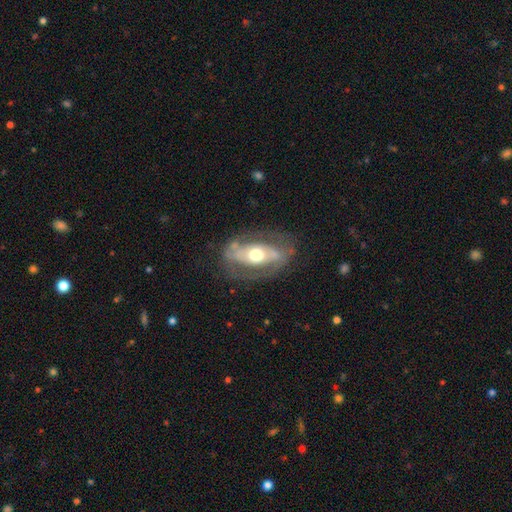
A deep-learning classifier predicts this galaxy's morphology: The model was most divided on "spiral arms": no: 54%, yes: 46%. More confident: edge-on disk — no (89%); smooth or featured — featured or disk (68%); merging — none (67%); bulge size — moderate (64%); bar — no (57%).